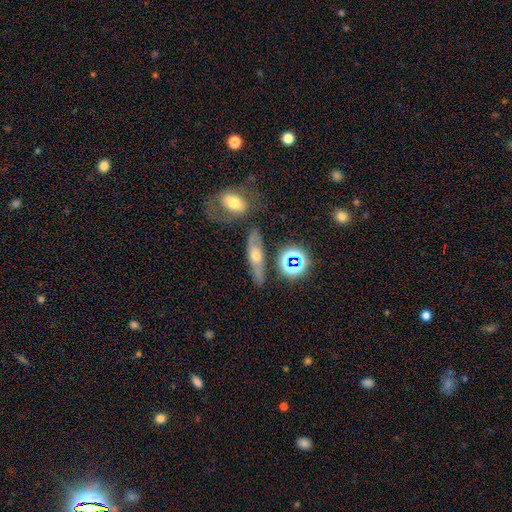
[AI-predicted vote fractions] Q: Smooth or featured?
A: featured or disk (44%); runner-up: smooth (38%)
Q: Merging?
A: none (73%); runner-up: minor disturbance (15%)